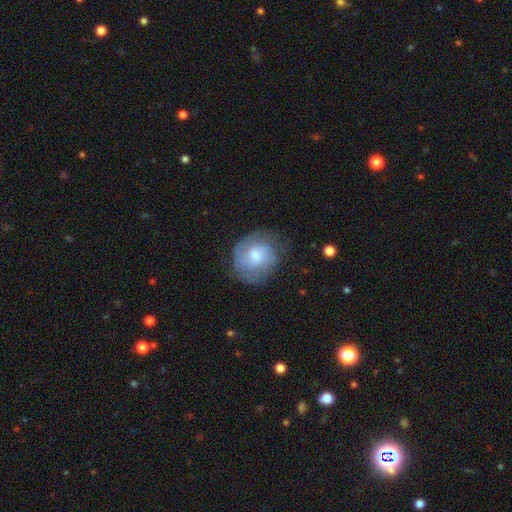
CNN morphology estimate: A smooth galaxy with no disk features (50%) that is round (68%). Merging: none (60%).